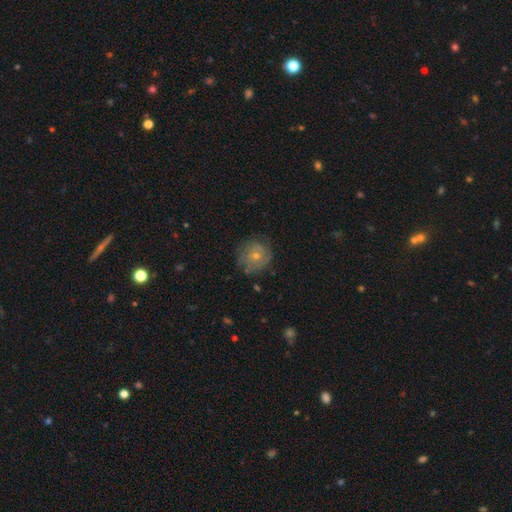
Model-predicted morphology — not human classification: Overall: smooth (50%; featured or disk 42%). How rounded: round (85%). Merging: none (65%).